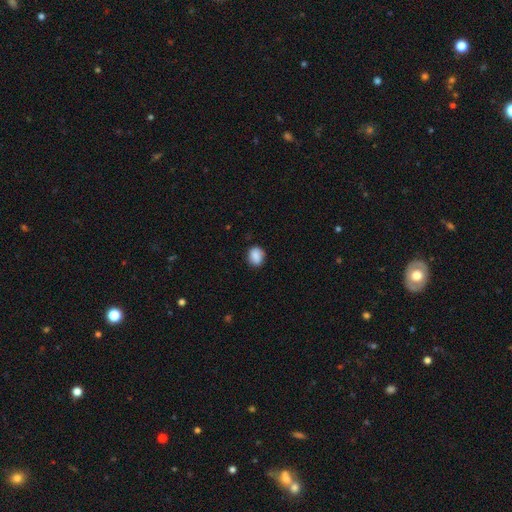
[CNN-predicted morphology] This appears to be a smooth galaxy with no disk features (85%) that is round (60%). Merging: none (81%).